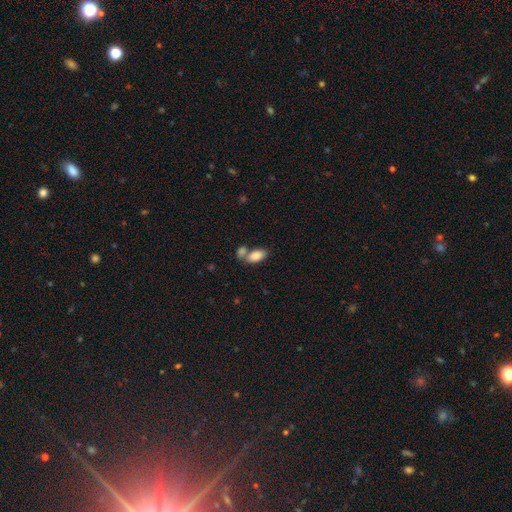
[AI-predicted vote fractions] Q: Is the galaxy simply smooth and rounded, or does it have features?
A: smooth — 85%.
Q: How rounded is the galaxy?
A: in between — 93%.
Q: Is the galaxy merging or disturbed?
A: merger — 46%.